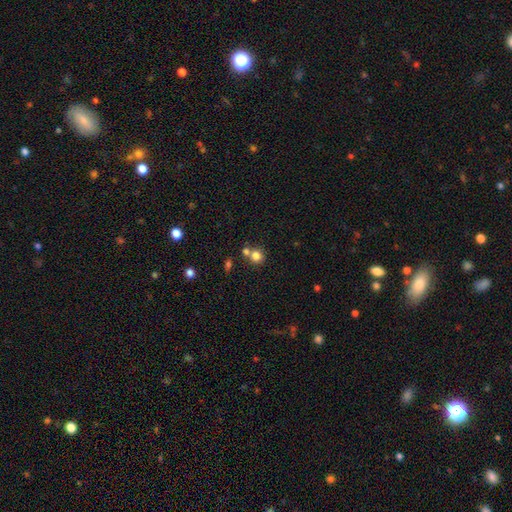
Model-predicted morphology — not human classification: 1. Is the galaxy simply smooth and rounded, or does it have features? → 80% smooth, 12% star or artifact, 8% featured or disk.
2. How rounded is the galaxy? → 88% round, 11% in between, 1% cigar-shaped.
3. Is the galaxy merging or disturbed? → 57% none, 31% merger, 8% minor disturbance, 3% major disturbance.